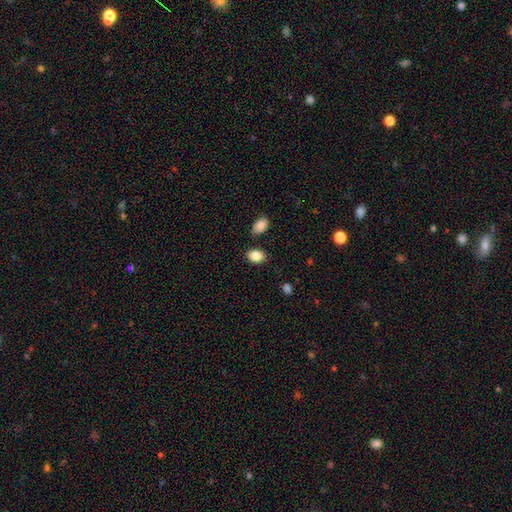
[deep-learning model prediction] Smooth or featured? Predicted: smooth (p=0.86). How rounded? Predicted: in between (p=0.76). Merging? Predicted: none (p=0.79).